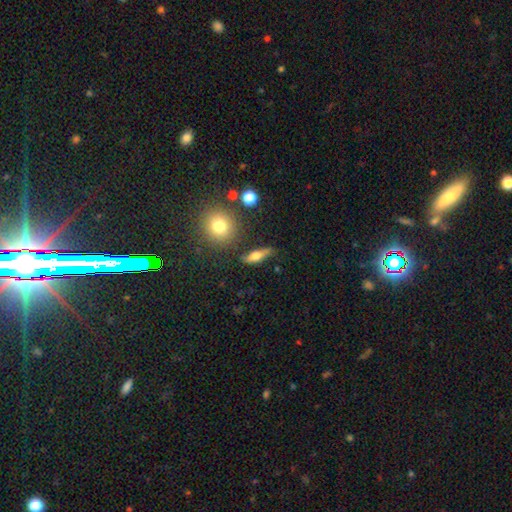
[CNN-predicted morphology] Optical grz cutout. It shows a smooth galaxy with no disk features (50%) that is cigar-shaped (46%). Merging: none (72%).